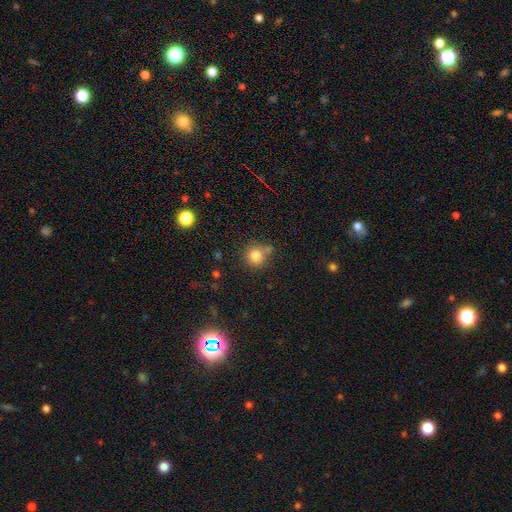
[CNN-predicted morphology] Smooth or featured? Predicted: smooth (p=0.82). How rounded? Predicted: round (p=0.92). Merging? Predicted: none (p=0.69).